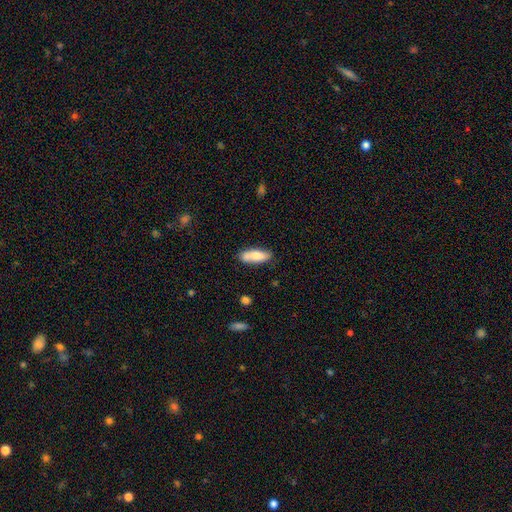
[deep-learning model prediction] Smooth or featured?
  - smooth: 72% *
  - featured or disk: 22%
  - star or artifact: 6%
How rounded?
  - in between: 64% *
  - cigar-shaped: 33%
  - round: 2%
Merging?
  - none: 75% *
  - minor disturbance: 16%
  - merger: 6%
  - major disturbance: 3%